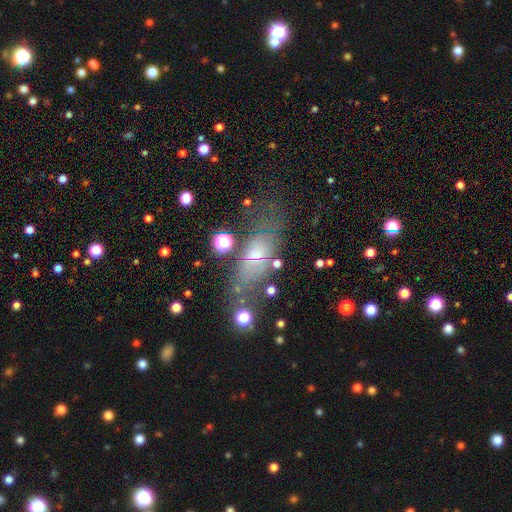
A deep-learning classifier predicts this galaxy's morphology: This appears to be a smooth galaxy with no disk features (48%). Merging: none (60%).